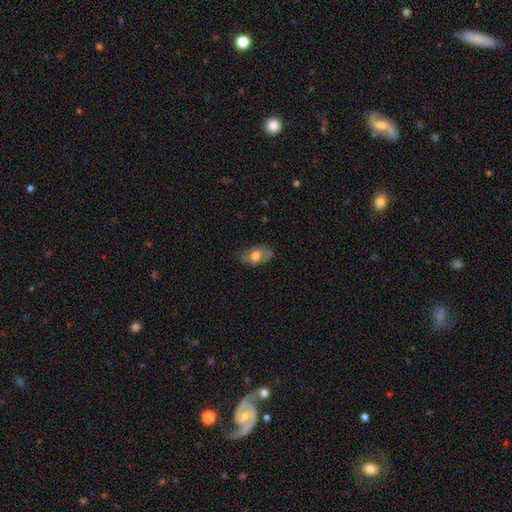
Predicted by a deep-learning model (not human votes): smooth-or-featured: smooth: 60% | featured or disk: 33% | star or artifact: 8%
  how-rounded: in between: 86% | round: 12% | cigar-shaped: 2%
  merging: none: 61% | minor disturbance: 27% | major disturbance: 10% | merger: 2%